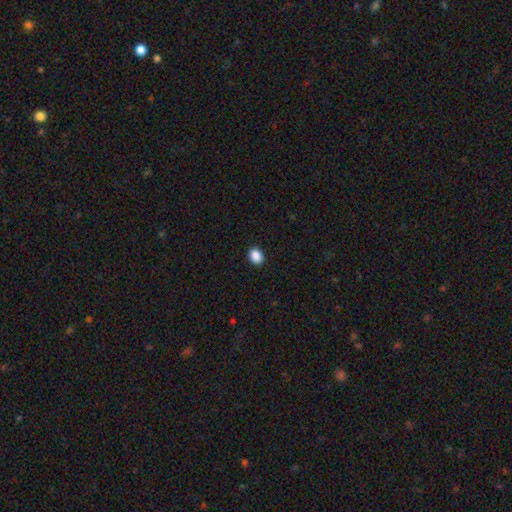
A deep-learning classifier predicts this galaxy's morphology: Overall: smooth (89%). How rounded: in between (58%; round 42%). Merging: none (91%).